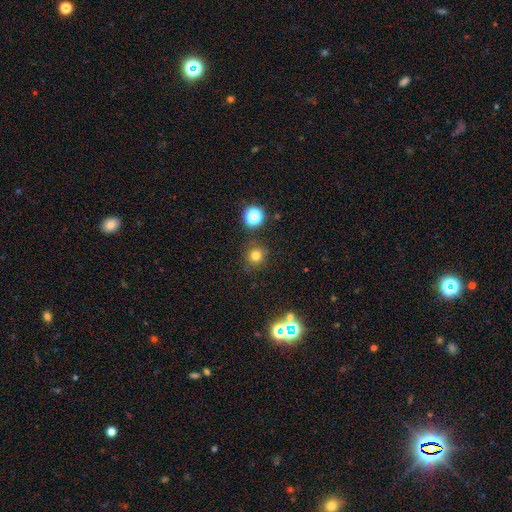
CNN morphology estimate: Overall: smooth (75%). How rounded: round (92%). Merging: none (85%).